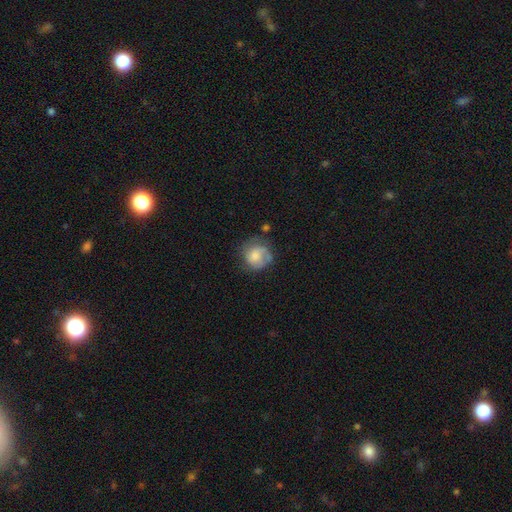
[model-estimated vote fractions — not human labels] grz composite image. It shows a smooth galaxy with no disk features (48%). Merging: none (54%).